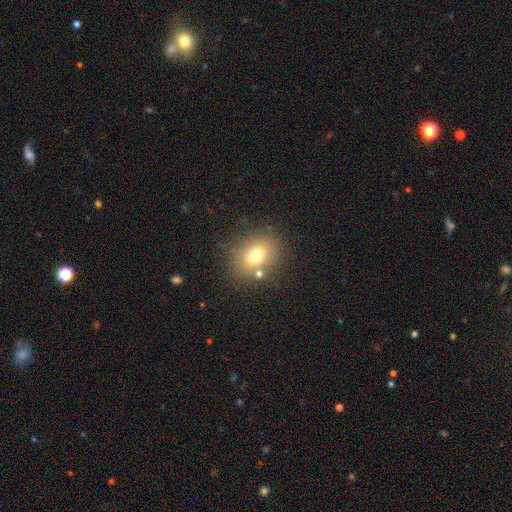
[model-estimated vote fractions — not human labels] smooth-or-featured: smooth: 73% | featured or disk: 14% | star or artifact: 13%
  how-rounded: in between: 53% | round: 46% | cigar-shaped: 1%
  merging: none: 77% | minor disturbance: 12% | merger: 7% | major disturbance: 5%